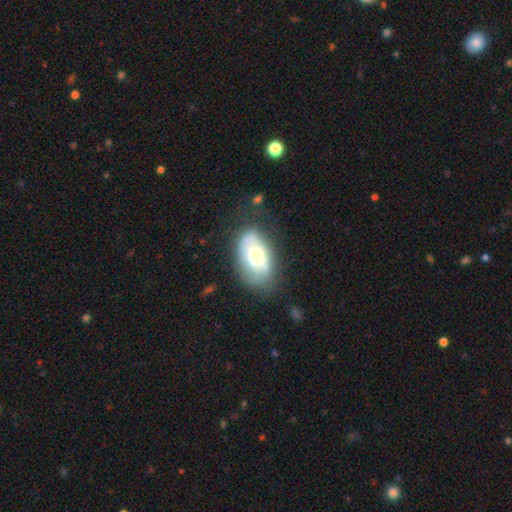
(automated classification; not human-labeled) Smooth or featured: smooth — 52% (featured or disk — 41%)
How rounded: in between — 91% (round — 7%)
Merging: none — 60% (minor disturbance — 26%)